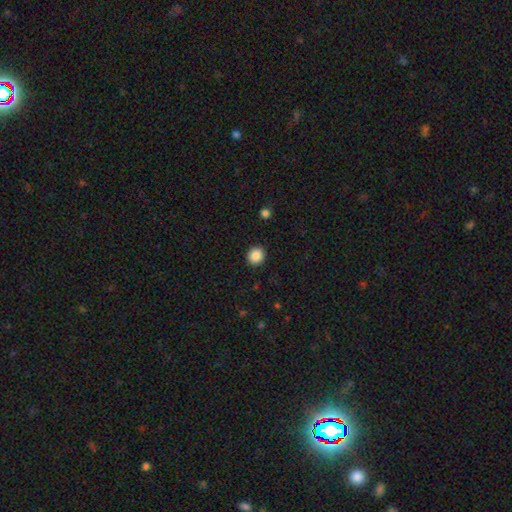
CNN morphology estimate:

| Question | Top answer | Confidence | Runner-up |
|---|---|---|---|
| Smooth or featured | smooth | 87% | star or artifact (9%) |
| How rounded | round | 86% | in between (13%) |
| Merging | none | 92% | minor disturbance (5%) |